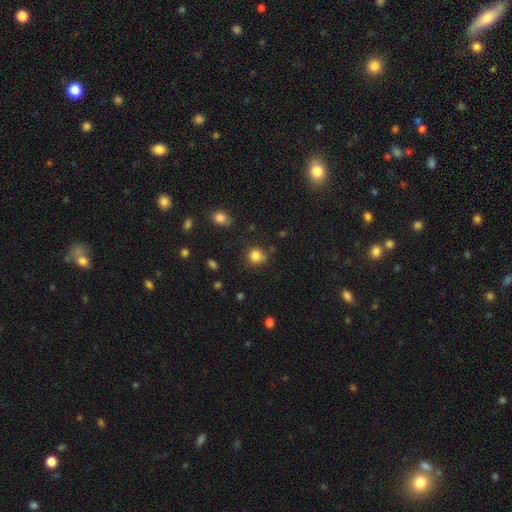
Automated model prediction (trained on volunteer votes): smooth_or_featured: smooth (p=0.83) [alt: star or artifact p=0.12]
how_rounded: round (p=0.85) [alt: in between p=0.14]
merging: none (p=0.75) [alt: minor disturbance p=0.17]